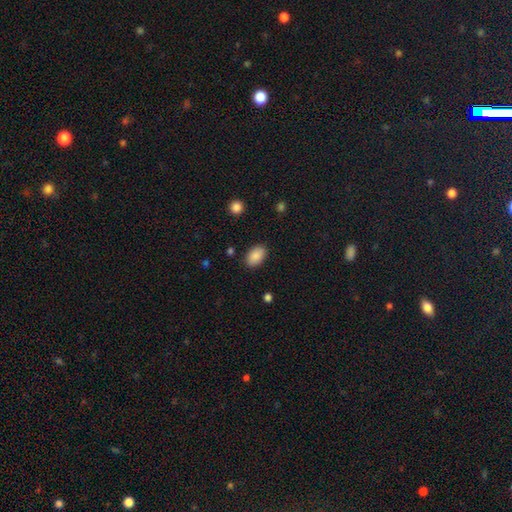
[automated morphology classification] Q: Smooth or featured?
A: smooth (88%); runner-up: star or artifact (7%)
Q: How rounded?
A: in between (90%); runner-up: round (8%)
Q: Merging?
A: none (87%); runner-up: minor disturbance (9%)